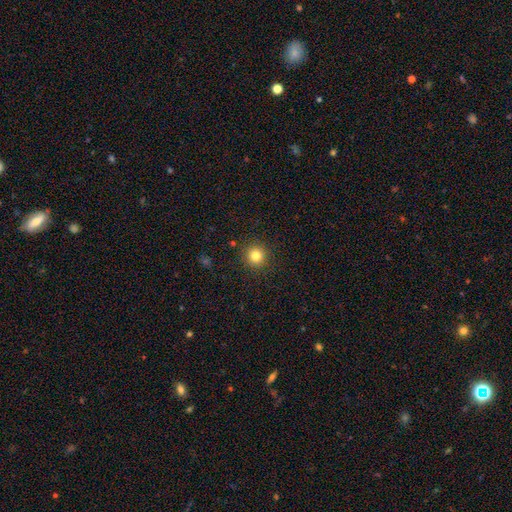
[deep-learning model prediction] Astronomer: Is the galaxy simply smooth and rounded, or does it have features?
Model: smooth — 81%.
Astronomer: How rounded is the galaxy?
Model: round — 95%.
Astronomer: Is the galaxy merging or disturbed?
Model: none — 92%.